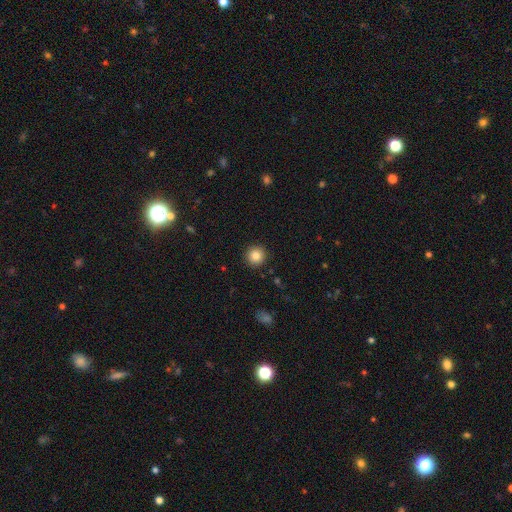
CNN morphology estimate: Q: Smooth or featured?
A: smooth (84%); runner-up: star or artifact (10%)
Q: How rounded?
A: round (95%); runner-up: in between (4%)
Q: Merging?
A: none (92%); runner-up: minor disturbance (5%)